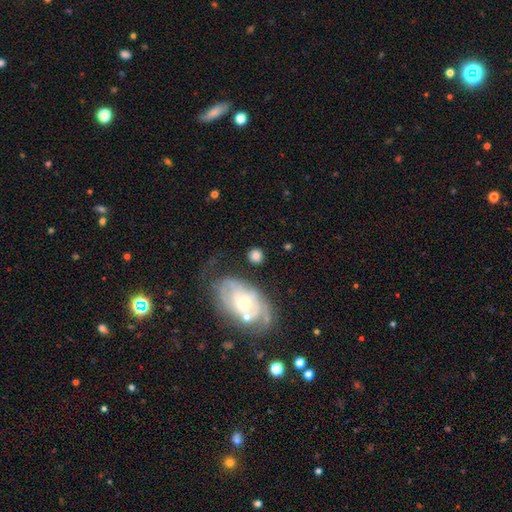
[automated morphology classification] A smooth galaxy with no disk features (67%) that is round (72%).

Vote fractions:
- Smooth or featured? smooth: 67% / featured or disk: 24% / star or artifact: 8%
- How rounded? round: 72% / in between: 26% / cigar-shaped: 2%
- Merging? none: 66% / minor disturbance: 15% / merger: 10% / major disturbance: 9%